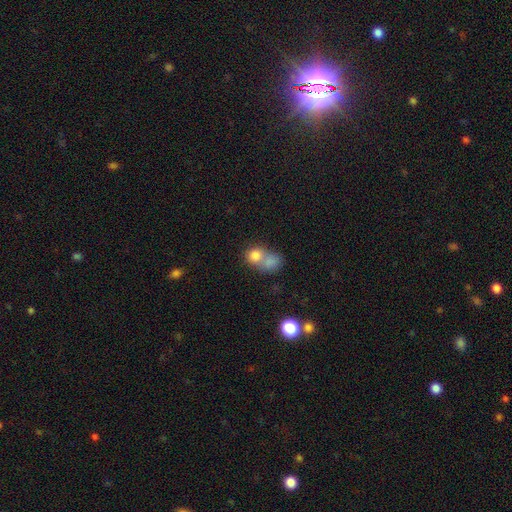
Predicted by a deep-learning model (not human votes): Overall: smooth (79%). How rounded: round (64%; in between 35%). Merging: merger (63%; none 25%).